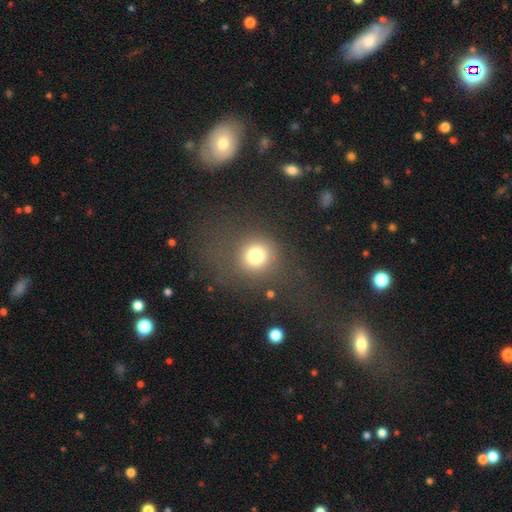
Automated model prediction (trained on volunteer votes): This appears to be a smooth galaxy with no disk features (76%) that is round (88%). Merging: none (75%).